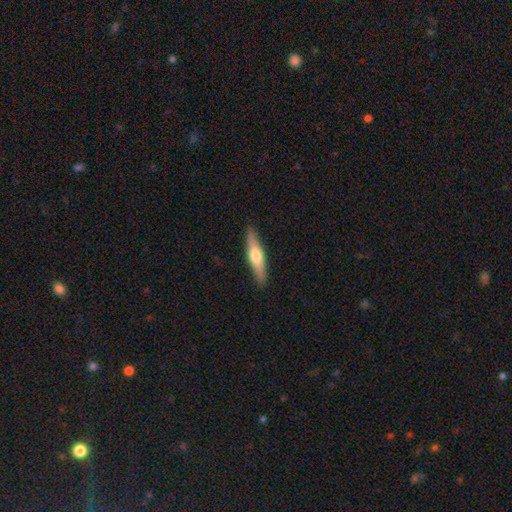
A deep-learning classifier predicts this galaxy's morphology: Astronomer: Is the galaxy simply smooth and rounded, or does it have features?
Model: smooth — 49% (runner-up: featured or disk, 46%).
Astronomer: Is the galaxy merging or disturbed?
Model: none — 90%.